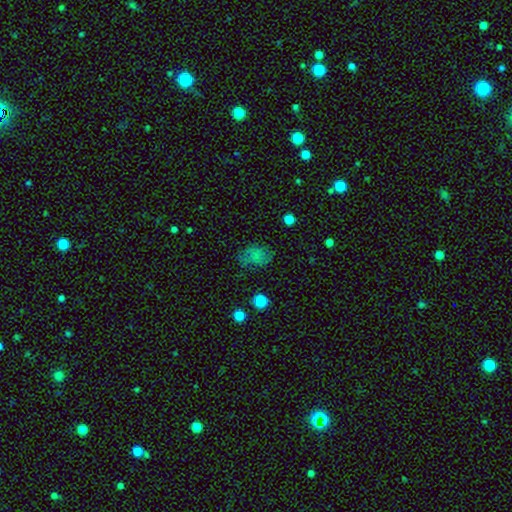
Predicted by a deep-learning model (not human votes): Smooth or featured?
  - smooth: 70% *
  - star or artifact: 16%
  - featured or disk: 14%
How rounded?
  - in between: 77% *
  - round: 22%
  - cigar-shaped: 1%
Merging?
  - none: 63% *
  - minor disturbance: 24%
  - major disturbance: 11%
  - merger: 2%